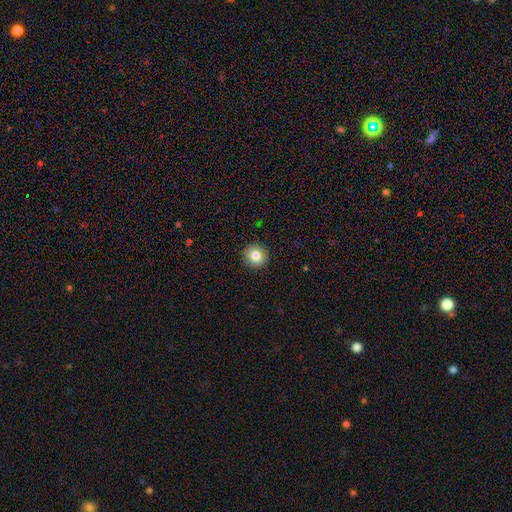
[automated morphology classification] Smooth or featured? Predicted: smooth (p=0.80). How rounded? Predicted: round (p=0.92). Merging? Predicted: none (p=0.91).